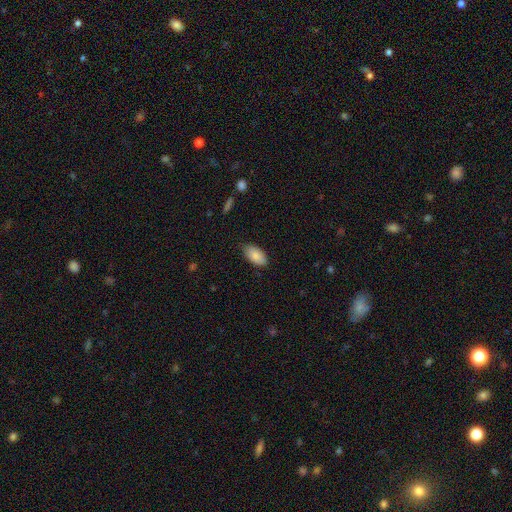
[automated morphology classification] smooth-or-featured: smooth: 86% | featured or disk: 7% | star or artifact: 6%
  how-rounded: in between: 95% | round: 3% | cigar-shaped: 3%
  merging: none: 79% | minor disturbance: 17% | major disturbance: 3% | merger: 1%